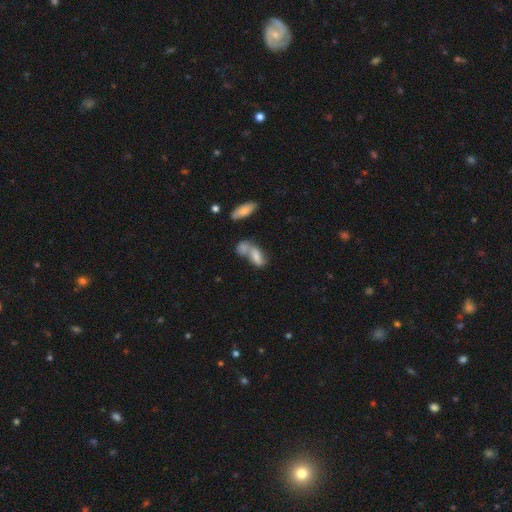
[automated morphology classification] A smooth galaxy with no disk features (69%) that is in between round and cigar-shaped (79%).

Vote fractions:
- Smooth or featured? smooth: 69% / featured or disk: 21% / star or artifact: 10%
- How rounded? in between: 79% / cigar-shaped: 15% / round: 5%
- Merging? merger: 54% / none: 26% / minor disturbance: 12% / major disturbance: 8%